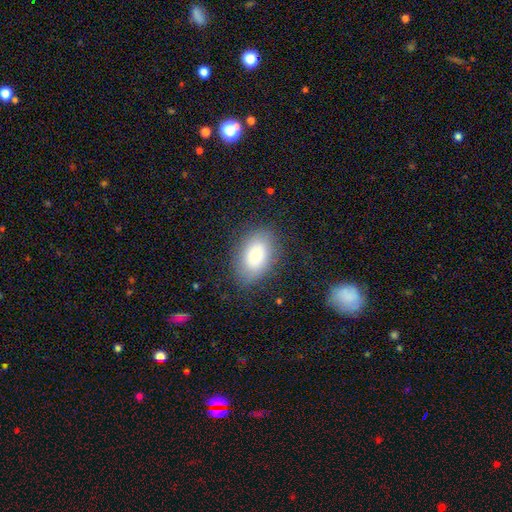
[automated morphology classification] This appears to be a smooth galaxy with no disk features (81%) that is in between round and cigar-shaped (89%). Merging: none (77%).